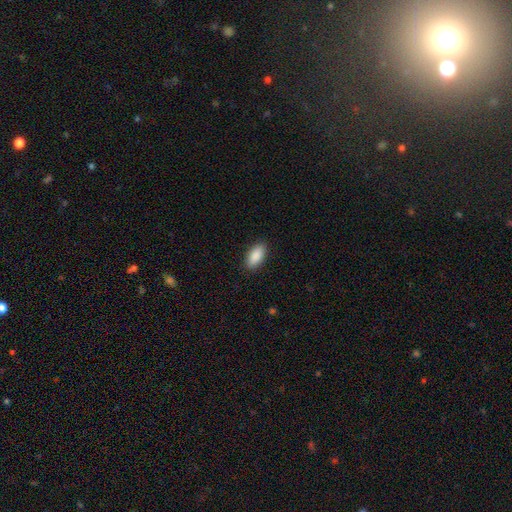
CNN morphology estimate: The model was most divided on "merging": none: 89%, minor disturbance: 8%, major disturbance: 2%, merger: 1%. More confident: how rounded — in between (91%); smooth or featured — smooth (90%).